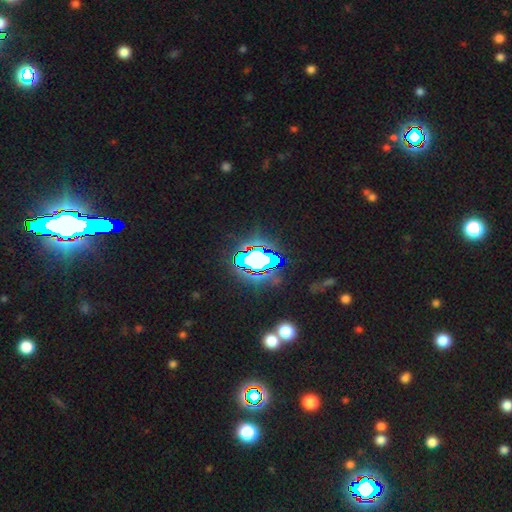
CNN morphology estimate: smooth-or-featured: star or artifact: 81% | smooth: 11% | featured or disk: 8%